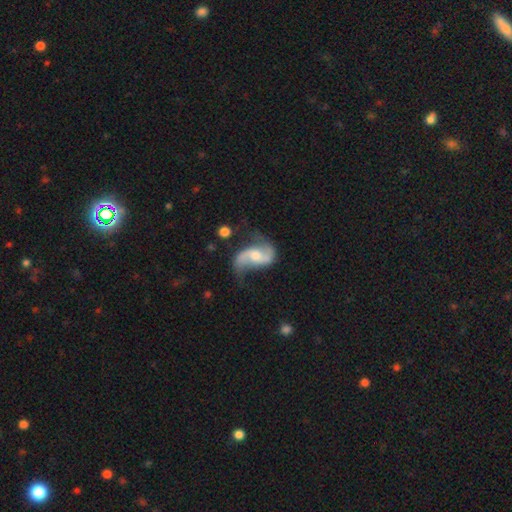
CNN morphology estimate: Smooth or featured? Predicted: featured or disk (p=0.86). Edge-on disk? Predicted: no (p=0.97). Bar? Predicted: no (p=0.46). Spiral arms? Predicted: yes (p=0.96). Spiral winding? Predicted: loose (p=0.68). Spiral arm count? Predicted: 2 (p=0.91). Bulge size? Predicted: moderate (p=0.48). Merging? Predicted: none (p=0.57).